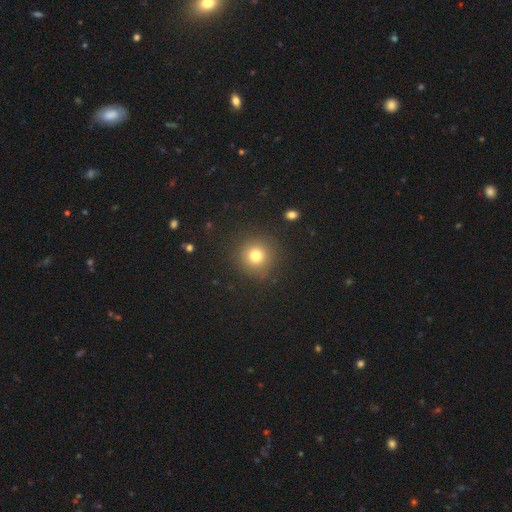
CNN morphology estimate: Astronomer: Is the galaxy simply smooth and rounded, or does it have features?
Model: smooth — 77%.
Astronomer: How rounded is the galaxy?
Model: round — 93%.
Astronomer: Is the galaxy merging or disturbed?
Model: none — 89%.